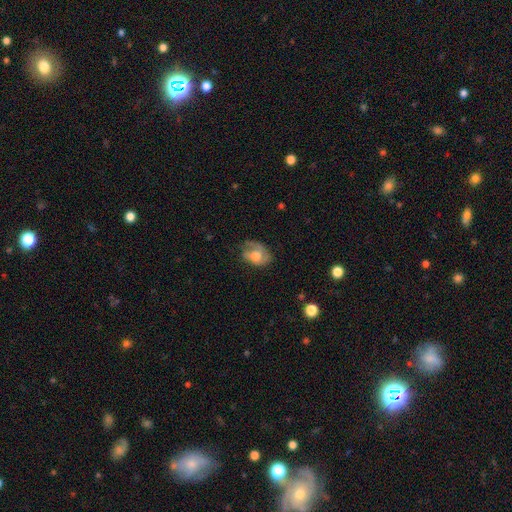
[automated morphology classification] The model was most divided on "smooth or featured": smooth: 50%, featured or disk: 42%, star or artifact: 8%. Remaining: how rounded — in between (71%); merging — none (44%).